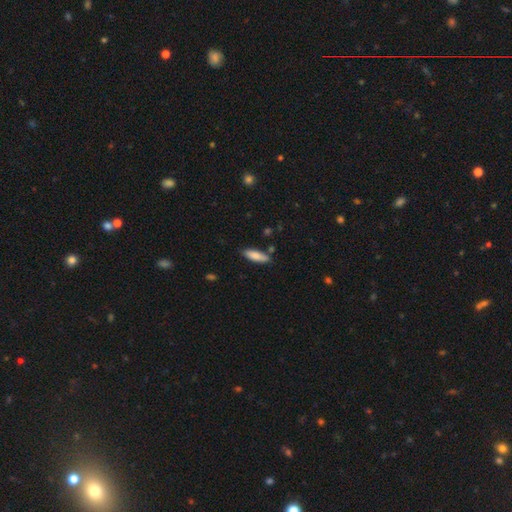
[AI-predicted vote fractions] This is clearly a smooth galaxy (83%). How rounded: possibly cigar-shaped (51%). Merging: likely none (79%).